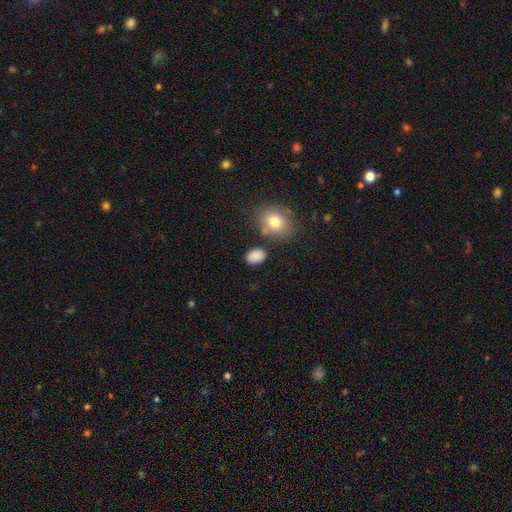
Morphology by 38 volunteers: smooth-or-featured: smooth: 82% | featured or disk: 11% | star or artifact: 8%
  how-rounded: in between: 84% | round: 16% | cigar-shaped: 0%
  merging: none: 89% | major disturbance: 6% | minor disturbance: 3% | merger: 3%